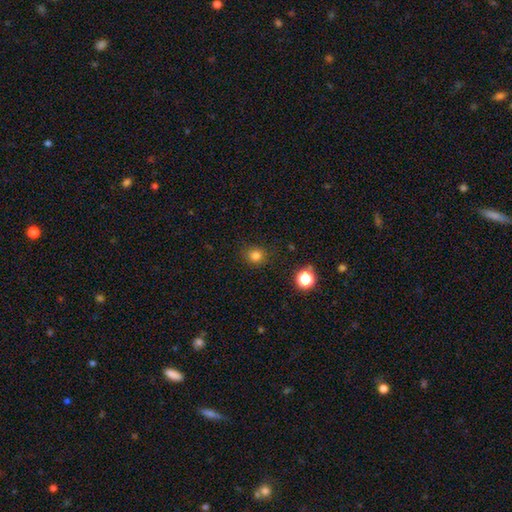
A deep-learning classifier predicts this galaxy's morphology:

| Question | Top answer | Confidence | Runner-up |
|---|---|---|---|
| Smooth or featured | smooth | 81% | star or artifact (15%) |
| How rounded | round | 88% | in between (11%) |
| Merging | none | 86% | minor disturbance (9%) |